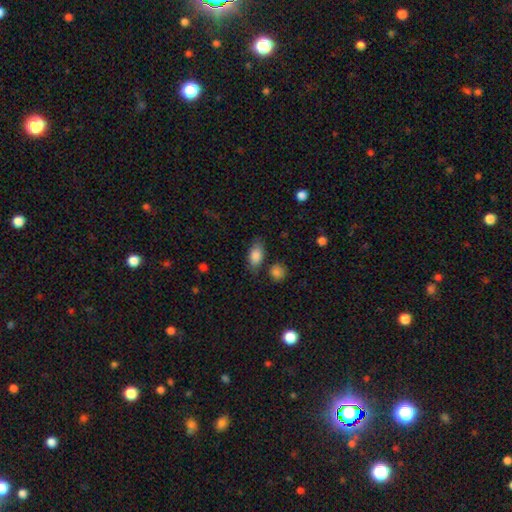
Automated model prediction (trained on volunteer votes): Smooth or featured? Predicted: smooth (p=0.84). How rounded? Predicted: in between (p=0.89). Merging? Predicted: none (p=0.74).